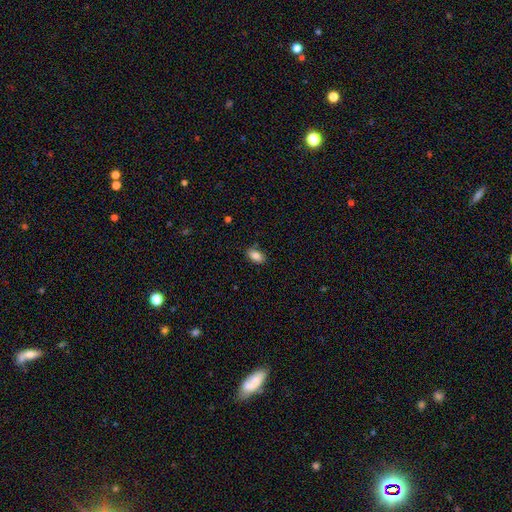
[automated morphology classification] Smooth or featured? Predicted: smooth (p=0.86). How rounded? Predicted: in between (p=0.91). Merging? Predicted: none (p=0.85).